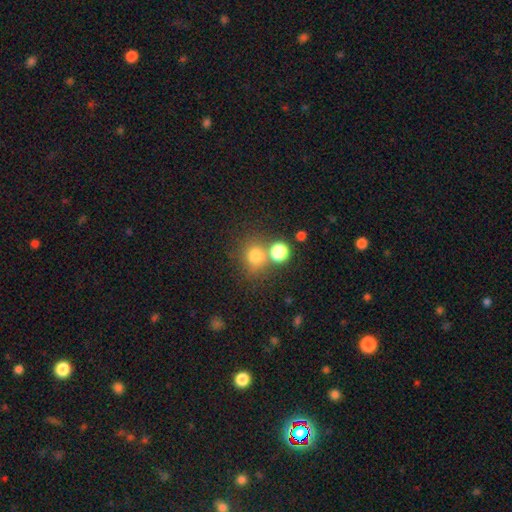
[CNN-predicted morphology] type=smooth (76%); roundness=round (83%); merging=none (61%).